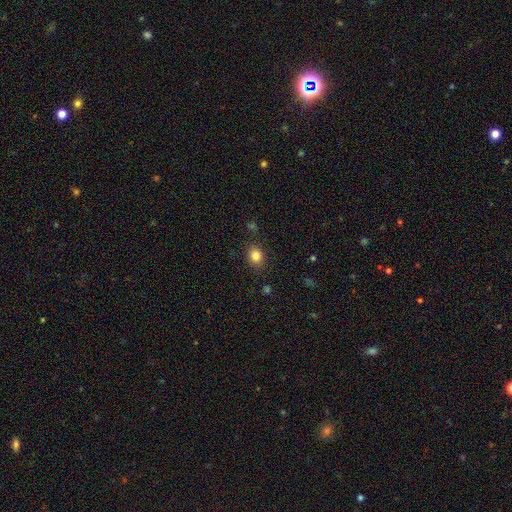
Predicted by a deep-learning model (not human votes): Morphology: type=smooth (83%); roundness=round (58%); merging=none (86%).